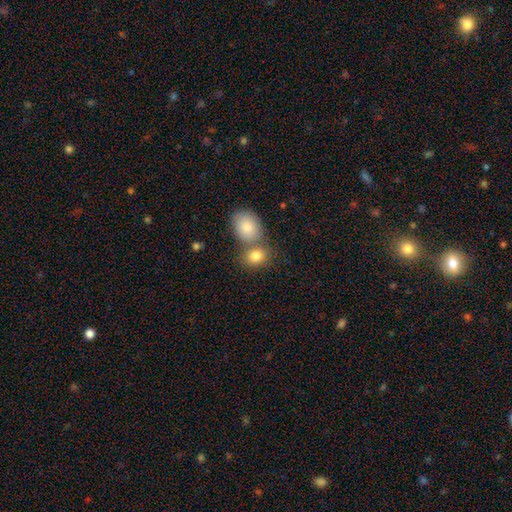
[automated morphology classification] A smooth galaxy with no disk features (83%) that is in between round and cigar-shaped (55%). Merging: none (47%).